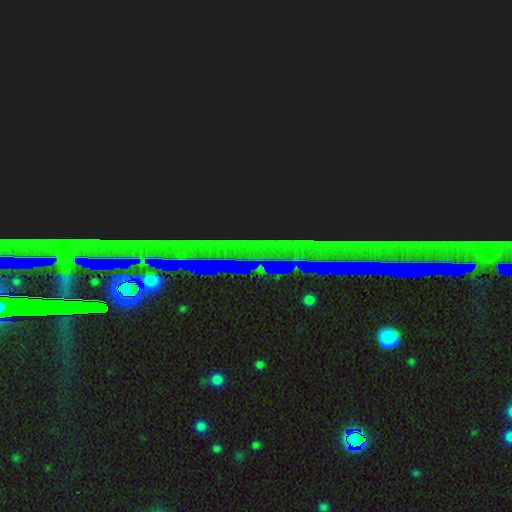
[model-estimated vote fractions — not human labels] smooth-or-featured: star or artifact: 77% | featured or disk: 14% | smooth: 8%